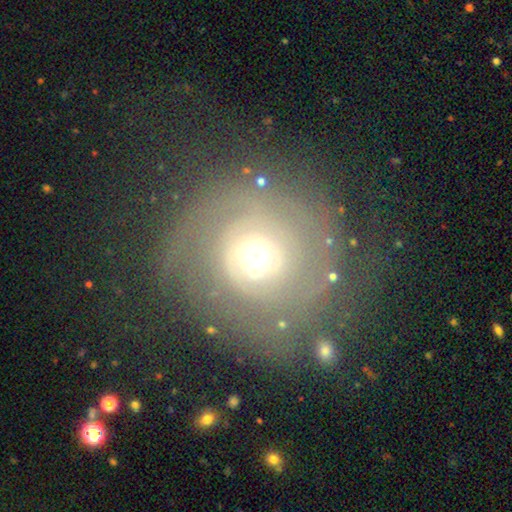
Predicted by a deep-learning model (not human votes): This is likely a featured or disk galaxy (70%). It is clearly not viewed edge-on (97%). Bar: clearly no (80%). Spiral arm pattern: clearly yes (81%). Spiral arm count: marginally can't tell (36%). Spiral winding: likely tight (65%). Central bulge: likely moderate (64%). Merging: likely none (67%).